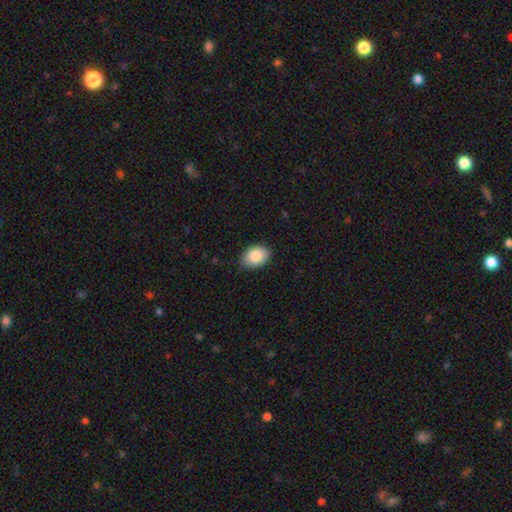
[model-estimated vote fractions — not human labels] Smooth or featured: smooth — 87% (star or artifact — 7%)
How rounded: in between — 81% (round — 18%)
Merging: none — 81% (minor disturbance — 16%)